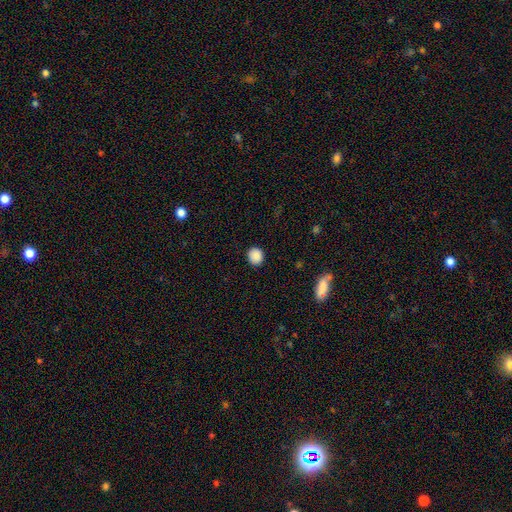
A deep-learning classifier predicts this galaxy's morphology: Smooth or featured: smooth — 88% (star or artifact — 8%)
How rounded: round — 77% (in between — 22%)
Merging: none — 89% (minor disturbance — 8%)